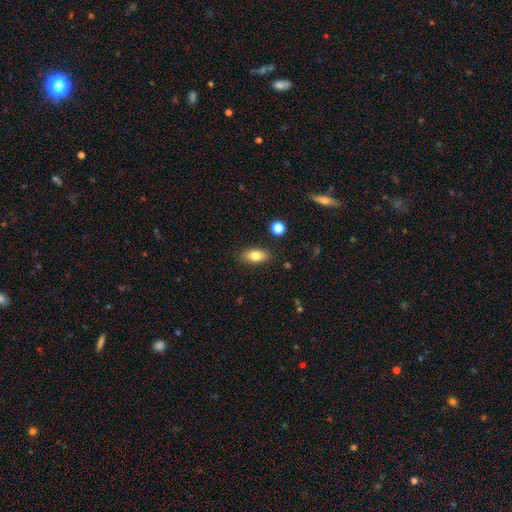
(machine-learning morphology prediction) This is likely a smooth galaxy (79%). How rounded: clearly in between (84%). Merging: clearly none (87%).